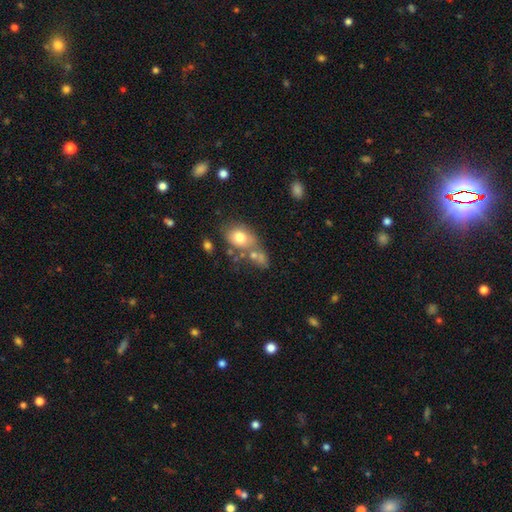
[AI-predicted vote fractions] Smooth or featured? Predicted: smooth (p=0.68). How rounded? Predicted: in between (p=0.63). Merging? Predicted: merger (p=0.47).